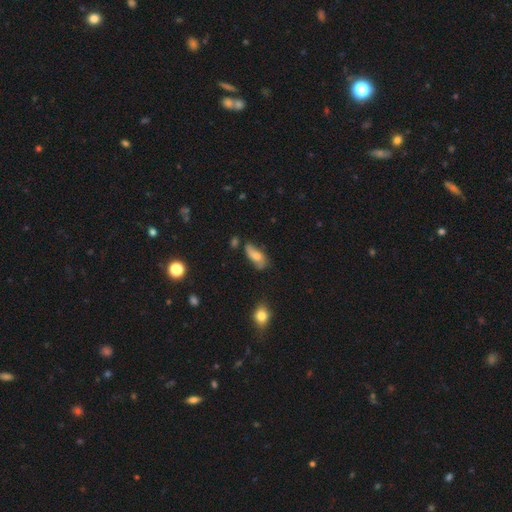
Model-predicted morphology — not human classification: Smooth or featured?
  - smooth: 58% *
  - featured or disk: 33%
  - star or artifact: 9%
How rounded?
  - in between: 78% *
  - cigar-shaped: 19%
  - round: 4%
Merging?
  - none: 54% *
  - minor disturbance: 30%
  - major disturbance: 10%
  - merger: 6%